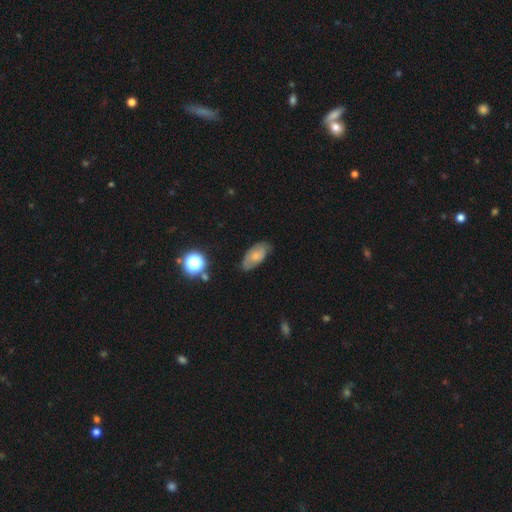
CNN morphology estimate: Smooth or featured: smooth — 62% (featured or disk — 29%)
How rounded: in between — 91% (cigar-shaped — 4%)
Merging: none — 67% (minor disturbance — 26%)